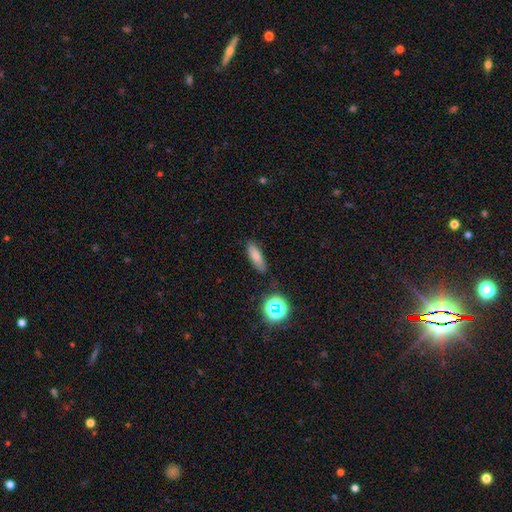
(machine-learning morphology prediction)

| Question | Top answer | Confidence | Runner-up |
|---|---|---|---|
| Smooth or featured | smooth | 75% | star or artifact (12%) |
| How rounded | in between | 51% | cigar-shaped (45%) |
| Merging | none | 82% | minor disturbance (12%) |